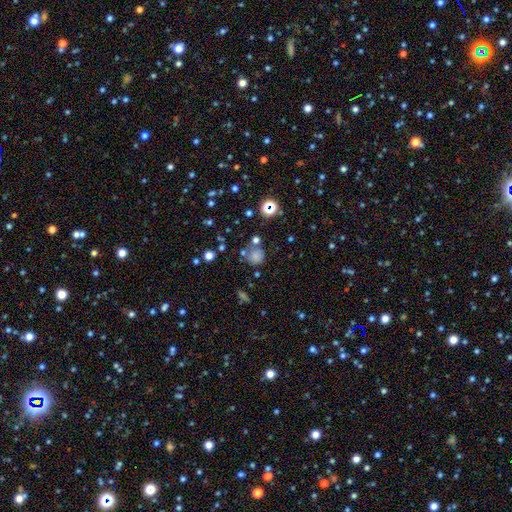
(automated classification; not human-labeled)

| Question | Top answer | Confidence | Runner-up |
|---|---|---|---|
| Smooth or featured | smooth | 70% | star or artifact (21%) |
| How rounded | round | 87% | in between (12%) |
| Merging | none | 63% | minor disturbance (16%) |